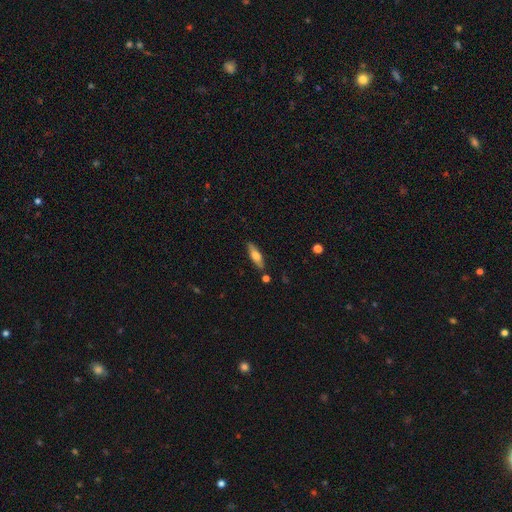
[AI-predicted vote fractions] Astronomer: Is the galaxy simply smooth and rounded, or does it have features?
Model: smooth — 58% (runner-up: featured or disk, 36%).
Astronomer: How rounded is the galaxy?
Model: cigar-shaped — 54% (runner-up: in between, 43%).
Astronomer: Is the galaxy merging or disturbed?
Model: none — 81%.